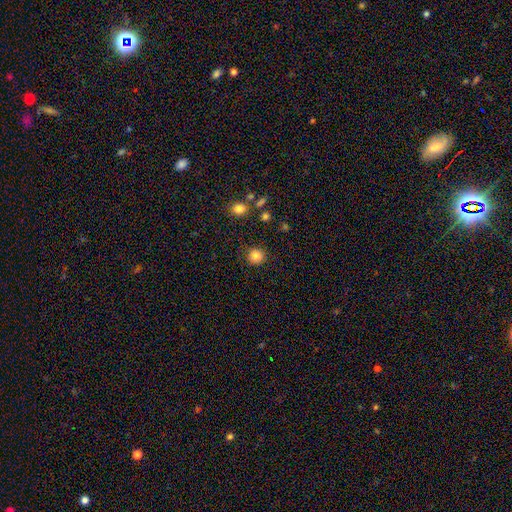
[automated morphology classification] Smooth or featured?
  - smooth: 84% *
  - star or artifact: 11%
  - featured or disk: 5%
How rounded?
  - round: 92% *
  - in between: 7%
  - cigar-shaped: 1%
Merging?
  - none: 88% *
  - minor disturbance: 8%
  - major disturbance: 3%
  - merger: 2%